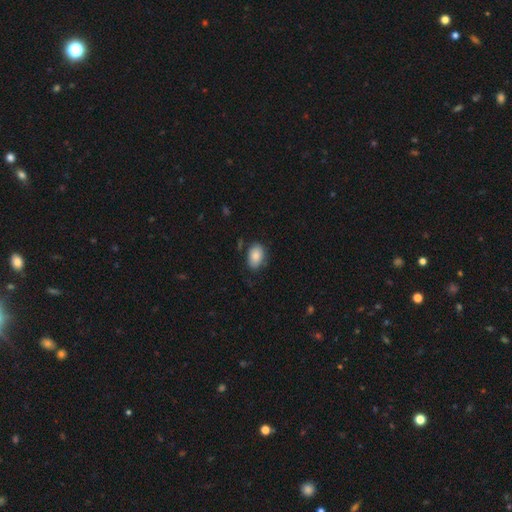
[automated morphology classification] A smooth galaxy with no disk features (85%) that is in between round and cigar-shaped (86%).

Vote fractions:
- Smooth or featured? smooth: 85% / featured or disk: 7% / star or artifact: 7%
- How rounded? in between: 86% / round: 12% / cigar-shaped: 1%
- Merging? none: 75% / minor disturbance: 18% / major disturbance: 4% / merger: 3%